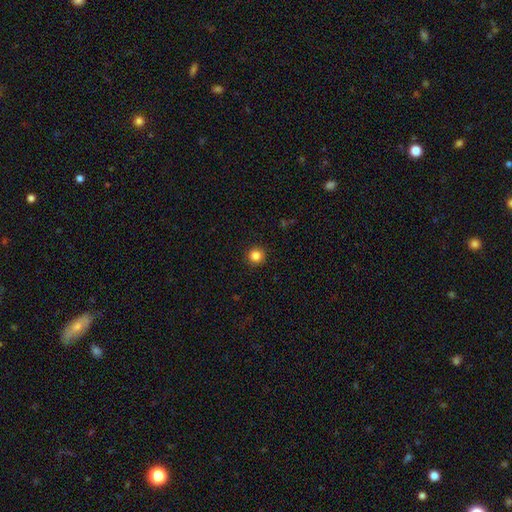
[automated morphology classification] Smooth or featured? smooth (85%)
How rounded? round (94%)
Merging? none (92%)